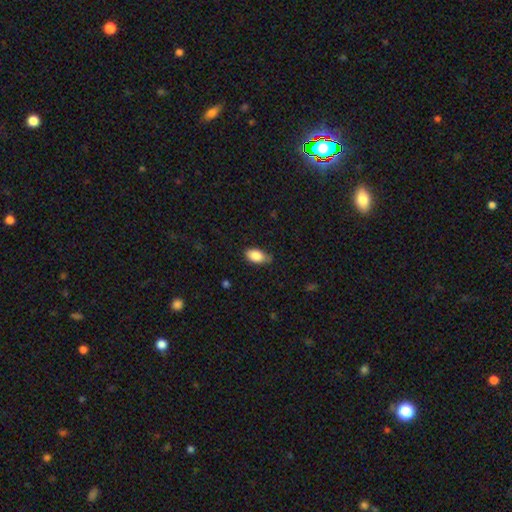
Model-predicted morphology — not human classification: Smooth or featured: smooth — 84% (featured or disk — 8%)
How rounded: in between — 91% (round — 6%)
Merging: none — 68% (minor disturbance — 27%)